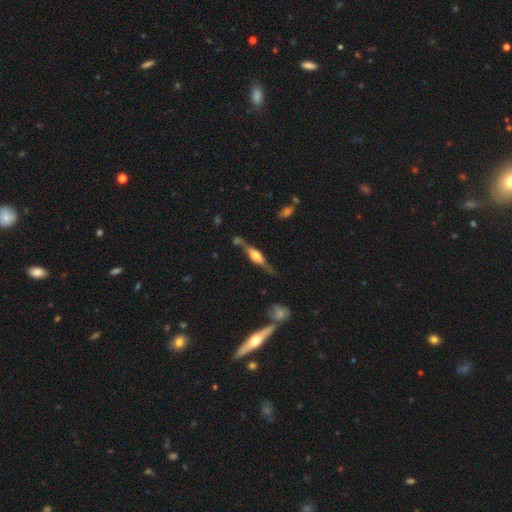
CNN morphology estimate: Smooth or featured: featured or disk — 76% (smooth — 18%)
Edge-on disk: yes — 94% (no — 6%)
Edge-on bulge: rounded — 83% (boxy — 15%)
Merging: none — 71% (minor disturbance — 17%)